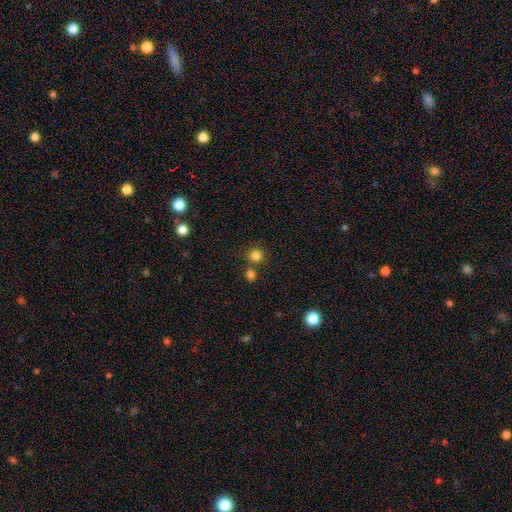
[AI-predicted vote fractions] A smooth galaxy with no disk features (82%) that is round (92%). Merging: none (72%).